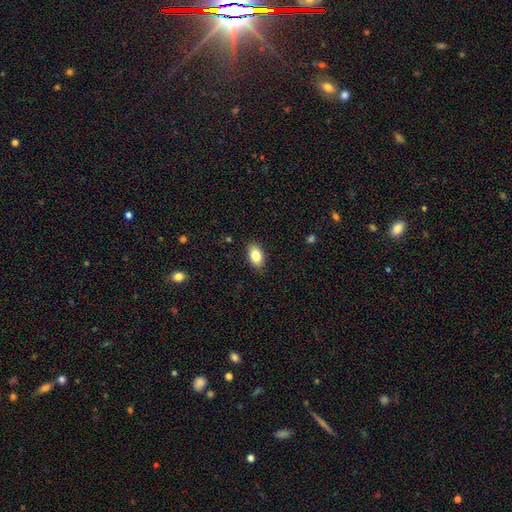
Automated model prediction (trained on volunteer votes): Smooth or featured?
  - smooth: 83% *
  - featured or disk: 9%
  - star or artifact: 8%
How rounded?
  - in between: 91% *
  - round: 7%
  - cigar-shaped: 2%
Merging?
  - none: 86% *
  - minor disturbance: 11%
  - major disturbance: 2%
  - merger: 1%